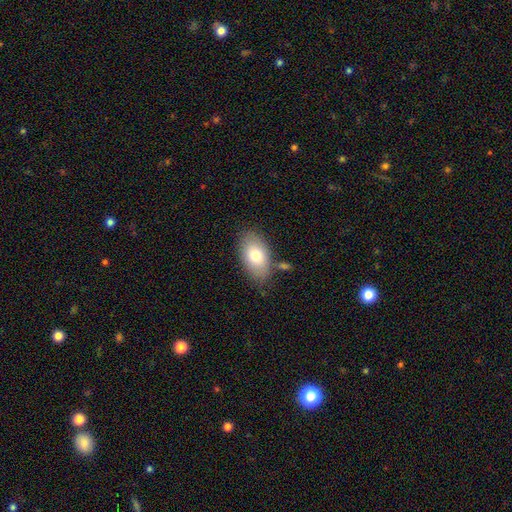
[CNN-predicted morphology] The model was most divided on "smooth or featured": smooth: 76%, featured or disk: 17%, star or artifact: 7%. More confident: how rounded — in between (92%); merging — none (76%).